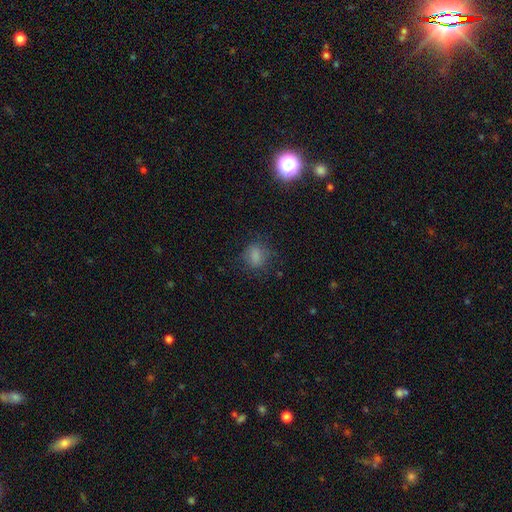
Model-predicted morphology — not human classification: Q: Smooth or featured?
A: smooth (75%); runner-up: star or artifact (15%)
Q: How rounded?
A: round (52%); runner-up: in between (46%)
Q: Merging?
A: none (66%); runner-up: minor disturbance (21%)